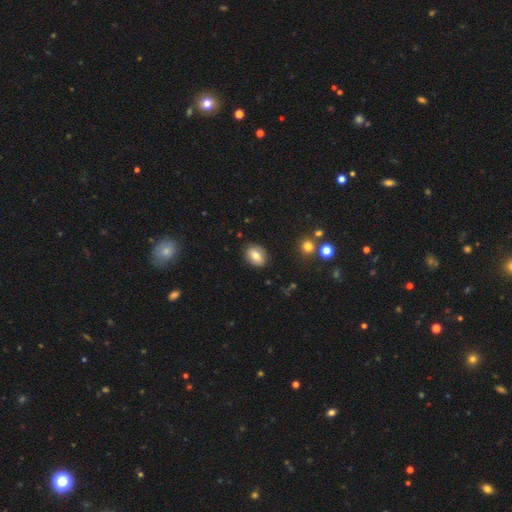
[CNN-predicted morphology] This appears to be a smooth galaxy with no disk features (75%) that is in between round and cigar-shaped (67%). Merging: none (87%).